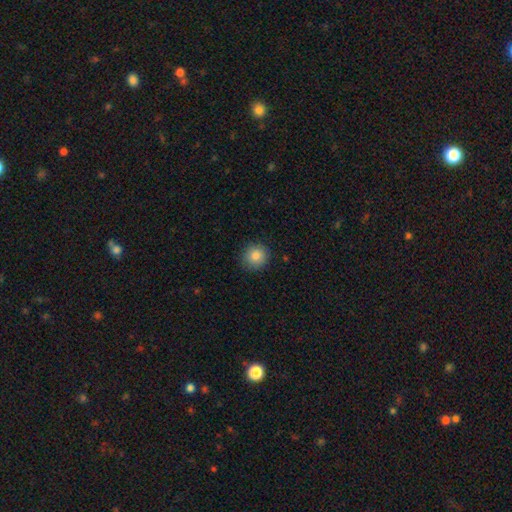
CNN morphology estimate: The model was most divided on "smooth or featured": smooth: 85%, star or artifact: 9%, featured or disk: 6%. More confident: how rounded — round (89%); merging — none (88%).